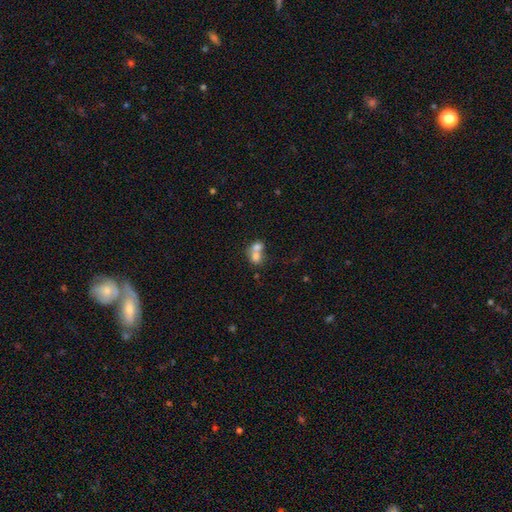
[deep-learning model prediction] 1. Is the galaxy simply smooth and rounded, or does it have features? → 70% smooth, 19% featured or disk, 10% star or artifact.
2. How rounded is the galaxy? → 56% round, 43% in between, 1% cigar-shaped.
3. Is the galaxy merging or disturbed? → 73% merger, 19% none, 5% minor disturbance, 3% major disturbance.